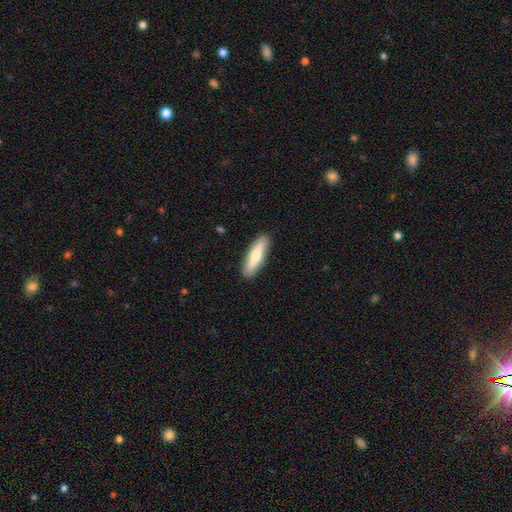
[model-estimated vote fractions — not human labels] Smooth or featured: smooth — 65% (featured or disk — 30%)
How rounded: cigar-shaped — 70% (in between — 28%)
Merging: none — 89% (minor disturbance — 8%)